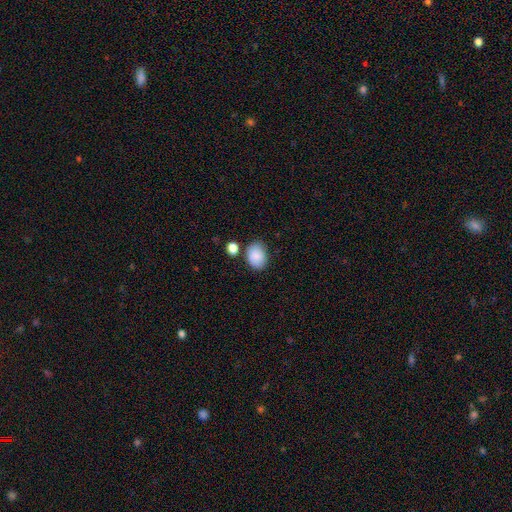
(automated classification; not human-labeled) A smooth galaxy with no disk features (87%) that is in between round and cigar-shaped (76%). Merging: none (71%).